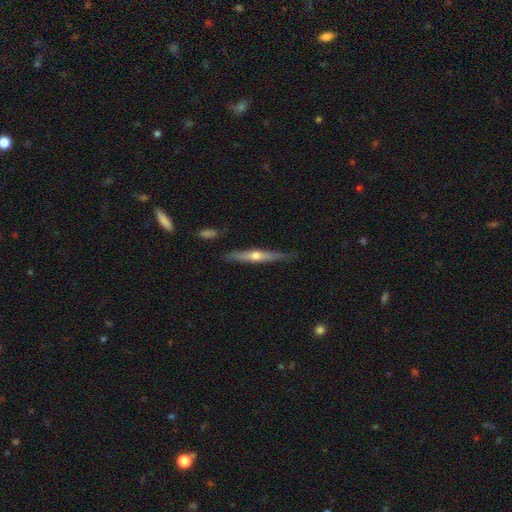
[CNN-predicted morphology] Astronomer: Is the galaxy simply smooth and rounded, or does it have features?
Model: featured or disk — 69%.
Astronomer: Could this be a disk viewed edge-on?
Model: yes — 96%.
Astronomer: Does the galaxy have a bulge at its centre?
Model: rounded — 88%.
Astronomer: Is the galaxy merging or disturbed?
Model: none — 85%.